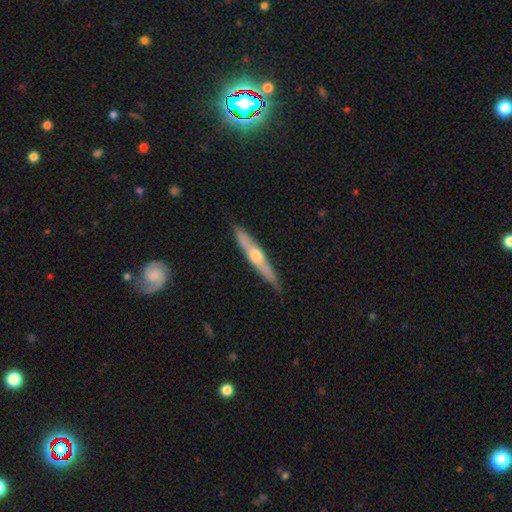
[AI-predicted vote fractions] A featured or disk galaxy (57%) viewed edge-on (91%) with a rounded central bulge (87%).

Vote fractions:
- Smooth or featured? featured or disk: 57% / smooth: 37% / star or artifact: 5%
- Edge-on disk? yes: 91% / no: 9%
- Edge-on bulge? rounded: 87% / none: 10% / boxy: 3%
- Merging? none: 84% / minor disturbance: 13% / major disturbance: 2% / merger: 1%